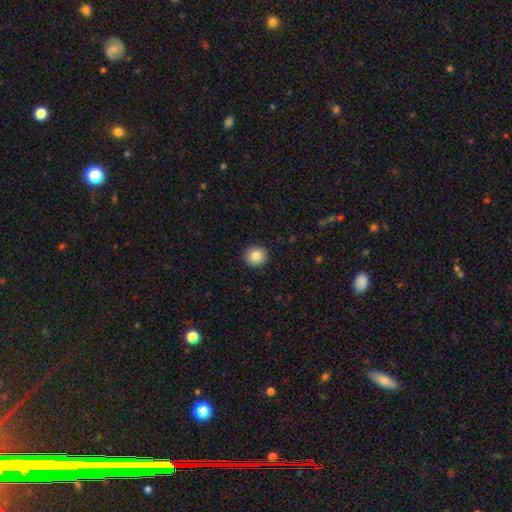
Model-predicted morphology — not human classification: This is clearly a smooth galaxy (85%). How rounded: clearly round (95%). Merging: clearly none (93%).